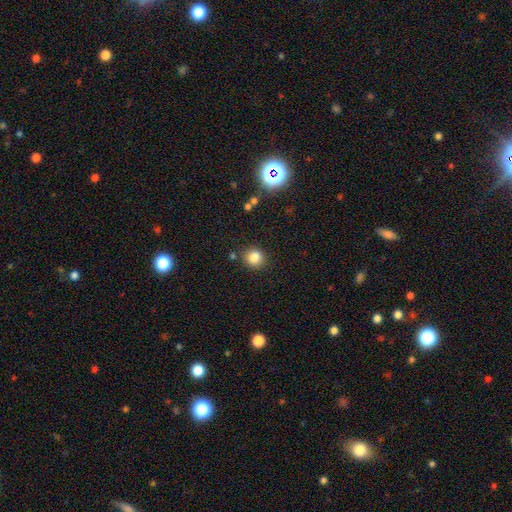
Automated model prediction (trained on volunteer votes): This is clearly a smooth galaxy (84%). How rounded: clearly round (83%). Merging: clearly none (84%).